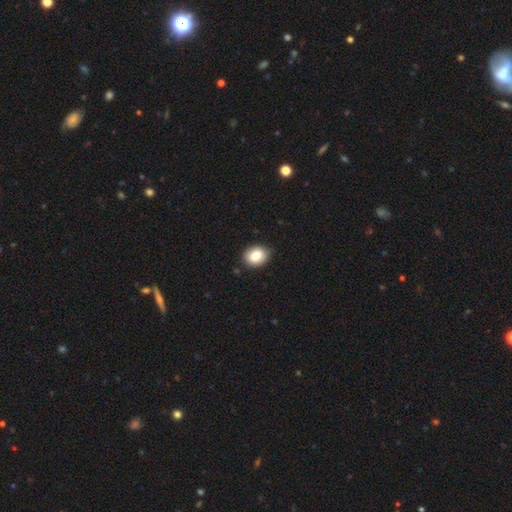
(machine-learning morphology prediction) This appears to be a smooth galaxy with no disk features (82%) that is round (56%). Merging: none (85%).